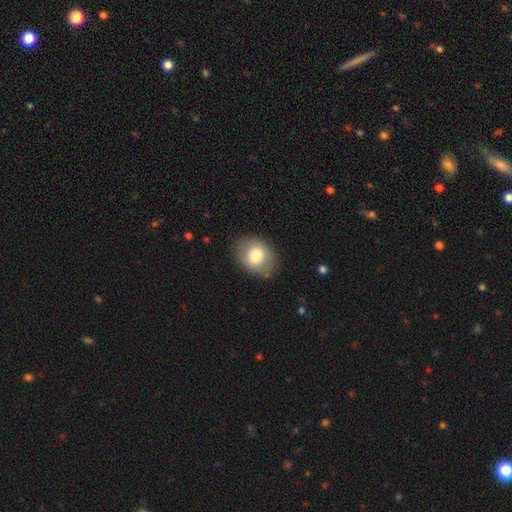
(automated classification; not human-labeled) Smooth or featured? smooth (78%)
How rounded? in between (56%)
Merging? none (81%)